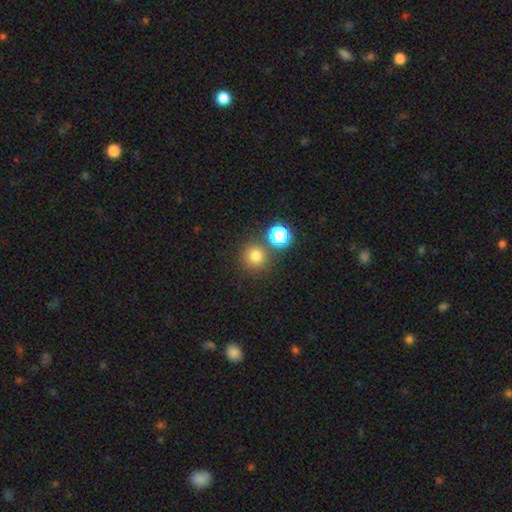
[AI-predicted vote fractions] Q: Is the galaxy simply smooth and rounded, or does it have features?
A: smooth — 76%.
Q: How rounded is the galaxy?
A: round — 93%.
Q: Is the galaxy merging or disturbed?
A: none — 81%.